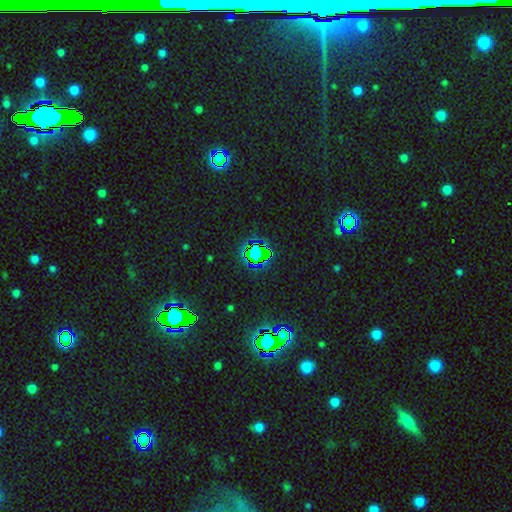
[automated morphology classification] star or artifact 74%, smooth 16%, featured or disk 10%.